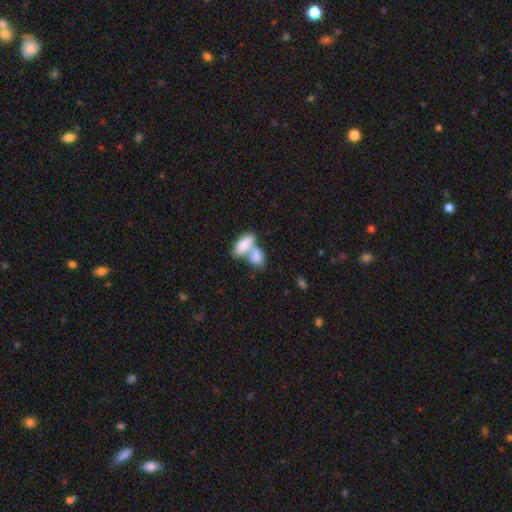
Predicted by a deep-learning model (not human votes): Smooth or featured? smooth (80%)
How rounded? in between (89%)
Merging? merger (73%)